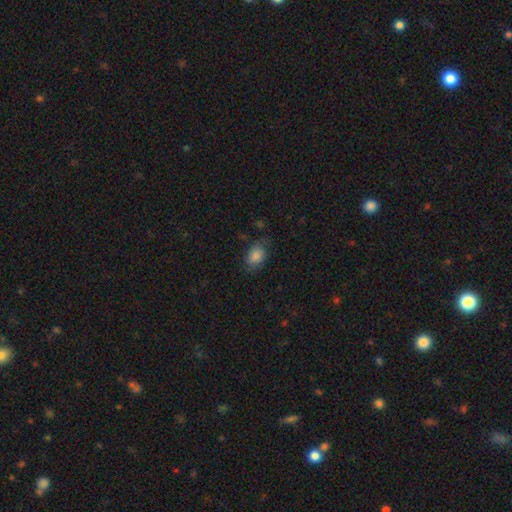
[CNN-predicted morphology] smooth-or-featured: smooth: 83% | star or artifact: 9% | featured or disk: 9%
  how-rounded: in between: 82% | round: 16% | cigar-shaped: 1%
  merging: none: 69% | minor disturbance: 23% | major disturbance: 7% | merger: 2%